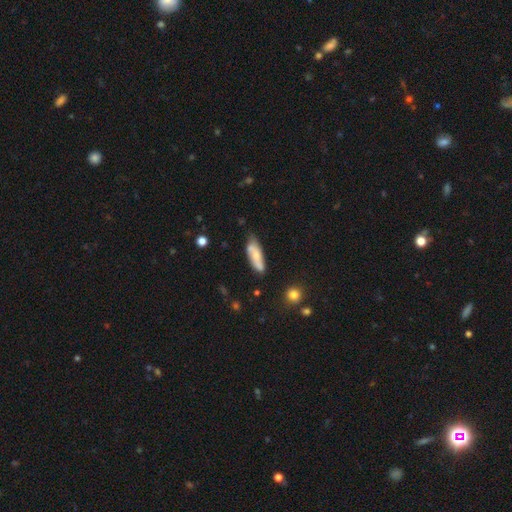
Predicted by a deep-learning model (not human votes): Overall: smooth (64%; featured or disk 29%). How rounded: in between (54%; cigar-shaped 44%). Merging: none (63%; minor disturbance 24%).